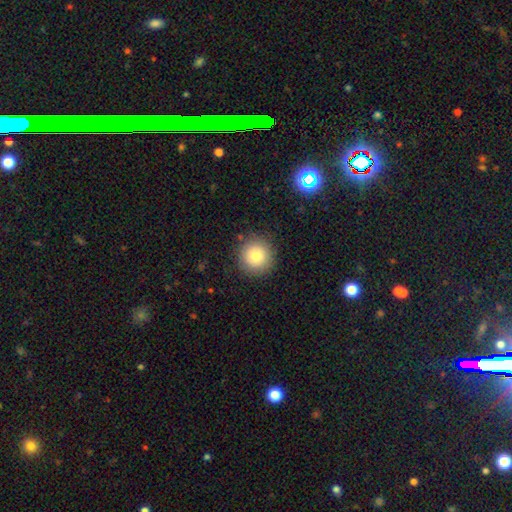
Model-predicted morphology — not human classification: This is clearly a smooth galaxy (80%). How rounded: clearly round (95%). Merging: clearly none (88%).